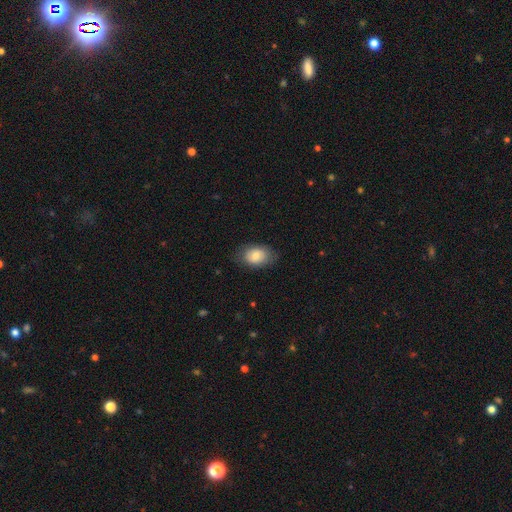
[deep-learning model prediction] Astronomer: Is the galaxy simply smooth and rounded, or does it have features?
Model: smooth — 78%.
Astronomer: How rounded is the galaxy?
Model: in between — 83%.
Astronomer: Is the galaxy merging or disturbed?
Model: none — 79%.